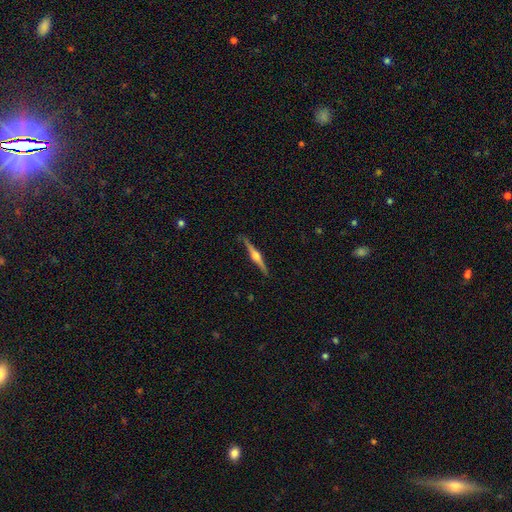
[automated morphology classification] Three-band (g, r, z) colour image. It shows a featured or disk galaxy (81%) viewed edge-on (98%) with a rounded central bulge (91%). Merging: none (89%).